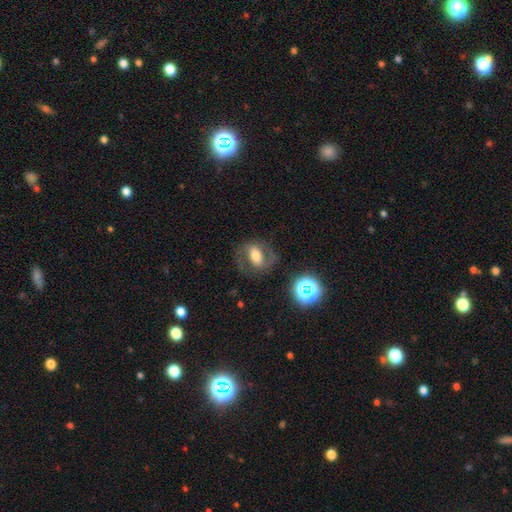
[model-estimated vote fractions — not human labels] Smooth or featured: featured or disk — 57% (smooth — 32%)
Edge-on disk: no — 95% (yes — 5%)
Bar: strong — 38% (weak — 35%)
Spiral arms: yes — 76% (no — 24%)
Bulge size: moderate — 55% (large — 24%)
Merging: none — 71% (minor disturbance — 15%)